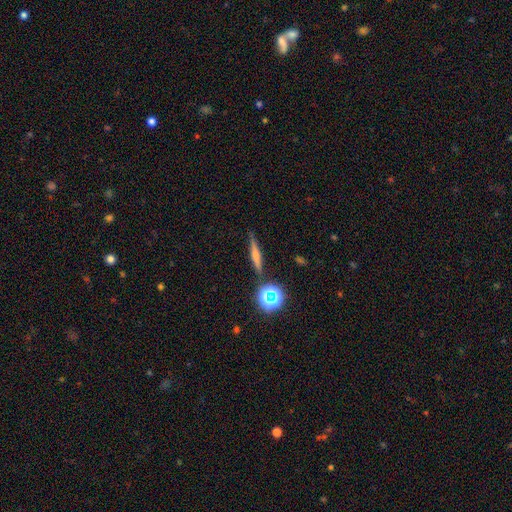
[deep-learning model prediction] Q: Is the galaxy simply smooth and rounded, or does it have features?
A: smooth — 49%.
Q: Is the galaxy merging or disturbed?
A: none — 84%.